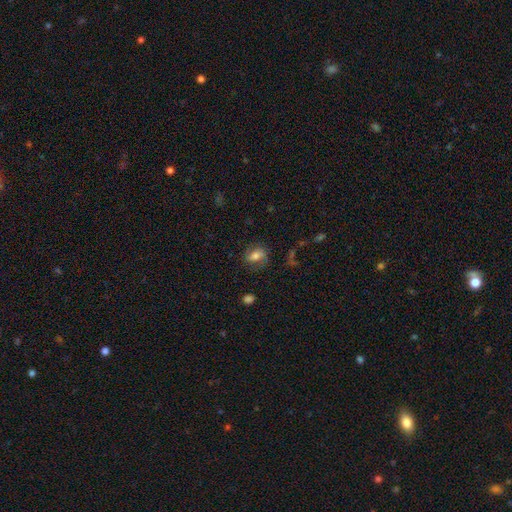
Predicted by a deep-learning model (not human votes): smooth_or_featured: smooth (p=0.61) [alt: featured or disk p=0.29]
how_rounded: in between (p=0.70) [alt: round p=0.27]
merging: none (p=0.68) [alt: minor disturbance p=0.19]